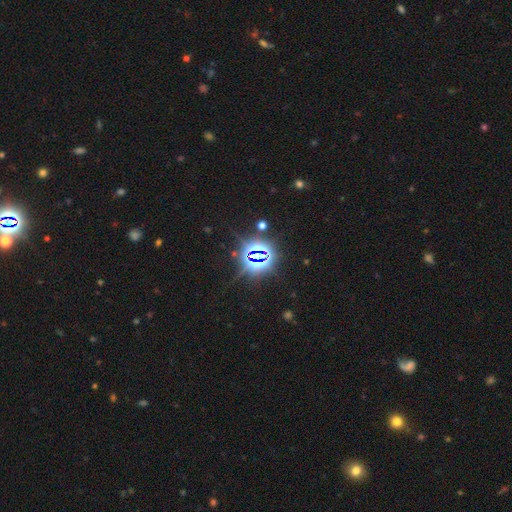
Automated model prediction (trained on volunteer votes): smooth-or-featured: star or artifact: 81% | smooth: 11% | featured or disk: 8%